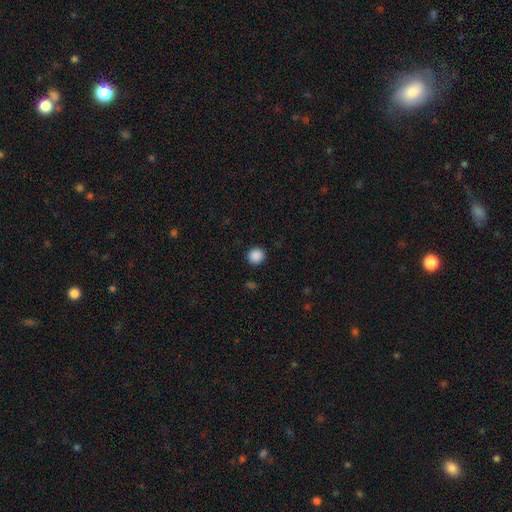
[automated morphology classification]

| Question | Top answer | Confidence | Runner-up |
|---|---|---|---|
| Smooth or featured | smooth | 88% | star or artifact (9%) |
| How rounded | round | 90% | in between (9%) |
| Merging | none | 92% | minor disturbance (5%) |